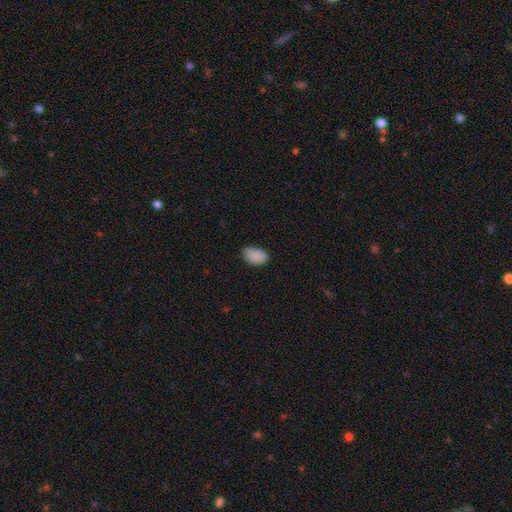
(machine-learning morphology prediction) smooth-or-featured: smooth: 87% | star or artifact: 8% | featured or disk: 5%
  how-rounded: in between: 90% | round: 9% | cigar-shaped: 1%
  merging: none: 69% | minor disturbance: 26% | major disturbance: 4% | merger: 1%